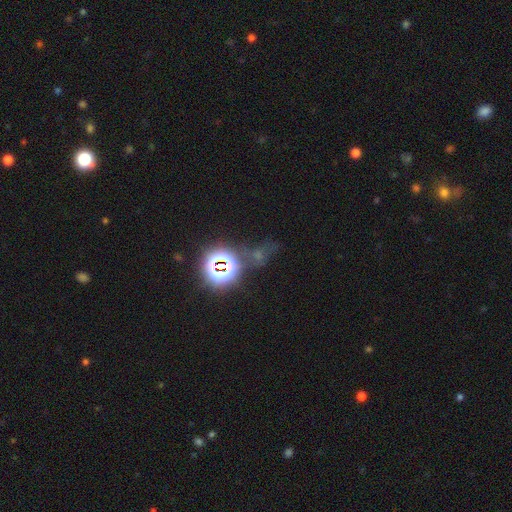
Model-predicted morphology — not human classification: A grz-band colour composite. It shows a star or artifact, not a galaxy (65%).